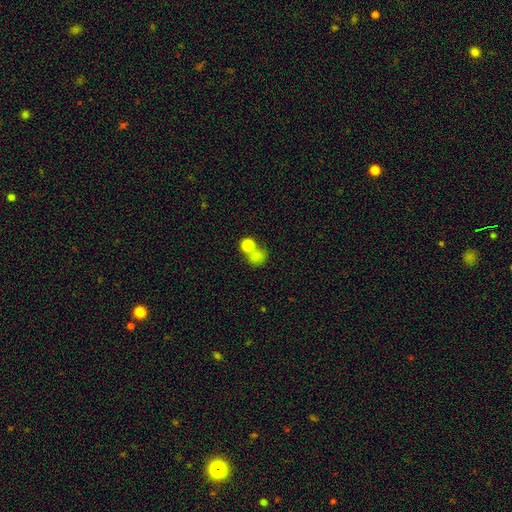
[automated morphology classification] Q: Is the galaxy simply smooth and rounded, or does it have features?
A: smooth — 78%.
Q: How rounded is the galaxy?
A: round — 71%.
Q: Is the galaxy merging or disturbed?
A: merger — 45%.